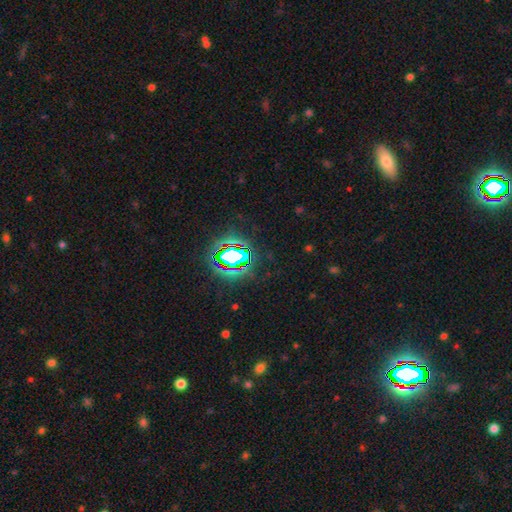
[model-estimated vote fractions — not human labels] Overall: star or artifact (79%).